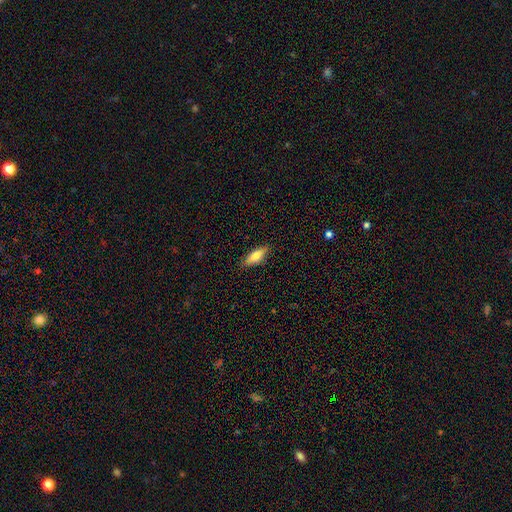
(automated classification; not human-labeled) This is likely a smooth galaxy (73%). How rounded: likely in between (61%). Merging: clearly none (87%).